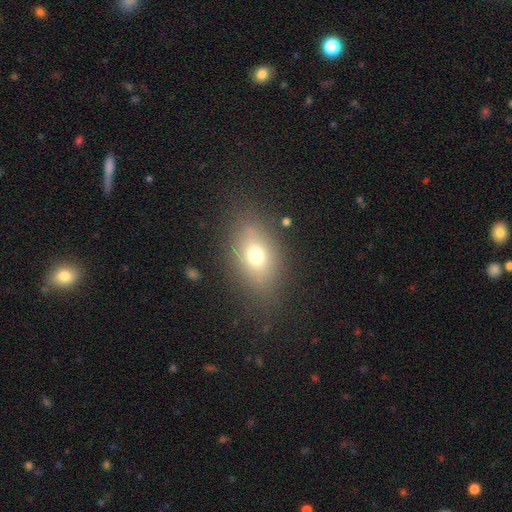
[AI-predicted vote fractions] Q: Smooth or featured?
A: smooth (69%); runner-up: featured or disk (18%)
Q: How rounded?
A: in between (78%); runner-up: round (19%)
Q: Merging?
A: none (76%); runner-up: minor disturbance (14%)